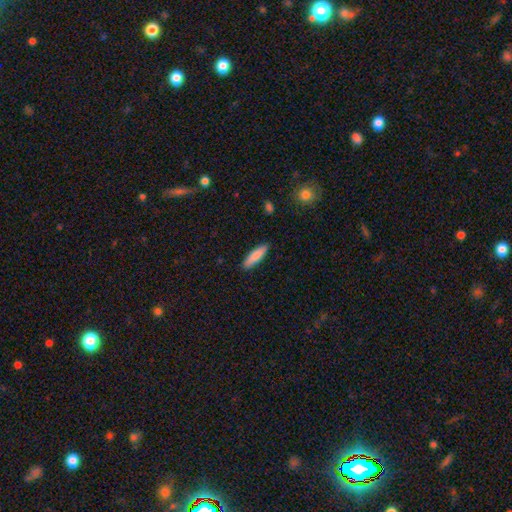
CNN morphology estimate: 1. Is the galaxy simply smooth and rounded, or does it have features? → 82% smooth, 12% featured or disk, 6% star or artifact.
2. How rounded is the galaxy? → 70% cigar-shaped, 29% in between, 2% round.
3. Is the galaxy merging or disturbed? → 89% none, 8% minor disturbance, 2% major disturbance, 1% merger.